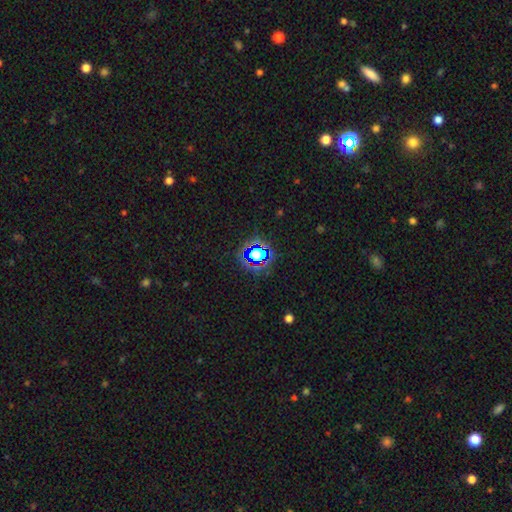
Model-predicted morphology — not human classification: smooth_or_featured: star or artifact (p=0.68) [alt: smooth p=0.21]